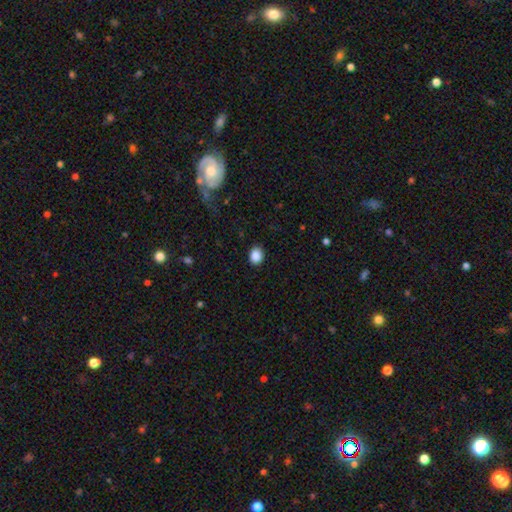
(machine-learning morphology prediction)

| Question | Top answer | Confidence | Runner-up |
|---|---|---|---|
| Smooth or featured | smooth | 88% | star or artifact (9%) |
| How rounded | round | 50% | in between (49%) |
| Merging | none | 87% | minor disturbance (9%) |